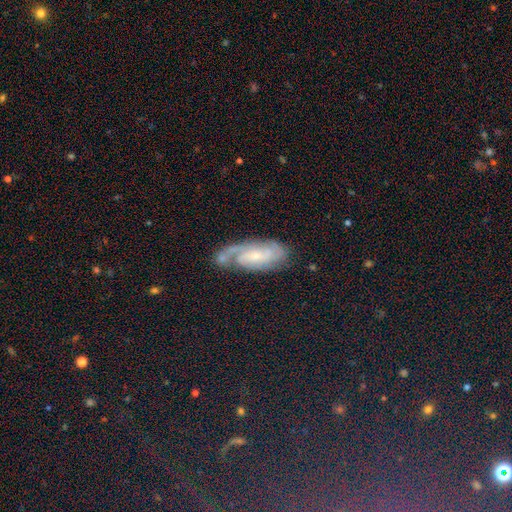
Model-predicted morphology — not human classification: Smooth or featured: featured or disk — 78% (smooth — 14%)
Edge-on disk: no — 93% (yes — 7%)
Bar: no — 49% (weak — 41%)
Spiral arms: yes — 95% (no — 5%)
Spiral winding: tight — 48% (medium — 39%)
Spiral arm count: 2 — 50% (can't tell — 20%)
Bulge size: small — 67% (moderate — 26%)
Merging: none — 59% (minor disturbance — 22%)